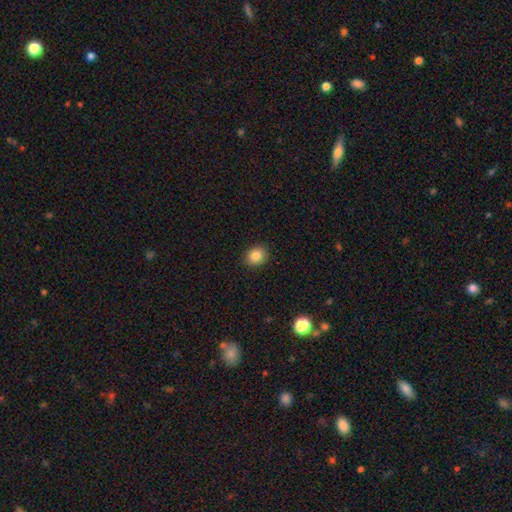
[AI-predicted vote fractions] smooth 84%, star or artifact 10%, featured or disk 6%. Down the decision tree: how rounded — round (67%); merging — none (91%).